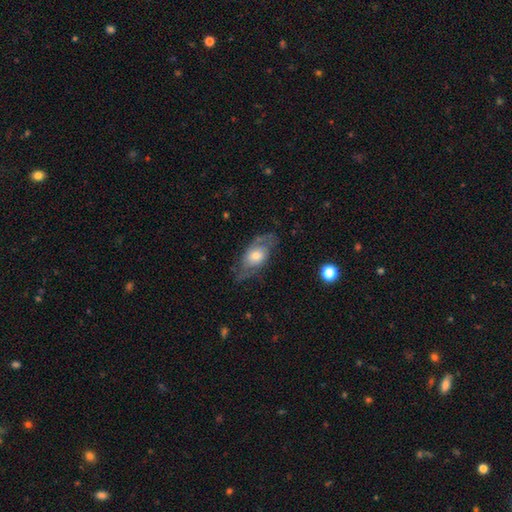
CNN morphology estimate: Q: Smooth or featured?
A: featured or disk (55%); runner-up: smooth (39%)
Q: Edge-on disk?
A: no (86%); runner-up: yes (14%)
Q: Merging?
A: none (61%); runner-up: minor disturbance (23%)